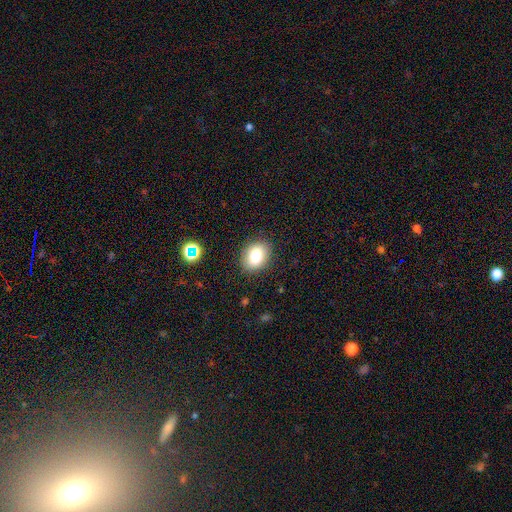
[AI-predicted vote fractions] smooth 82%, star or artifact 10%, featured or disk 9%. Down the decision tree: how rounded — in between (65%); merging — none (86%).